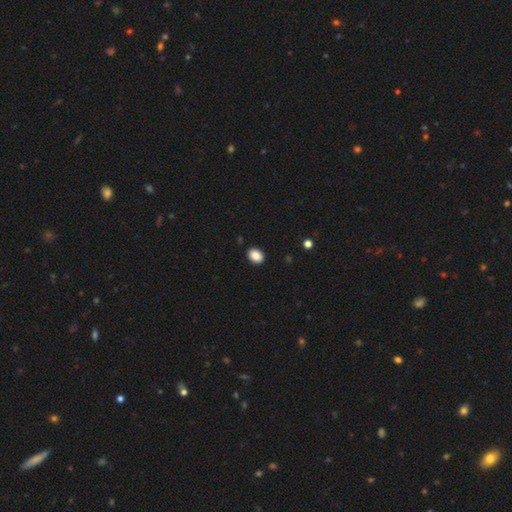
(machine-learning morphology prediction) The model was most divided on "how rounded": in between: 69%, round: 30%, cigar-shaped: 1%. More confident: merging — none (91%); smooth or featured — smooth (88%).